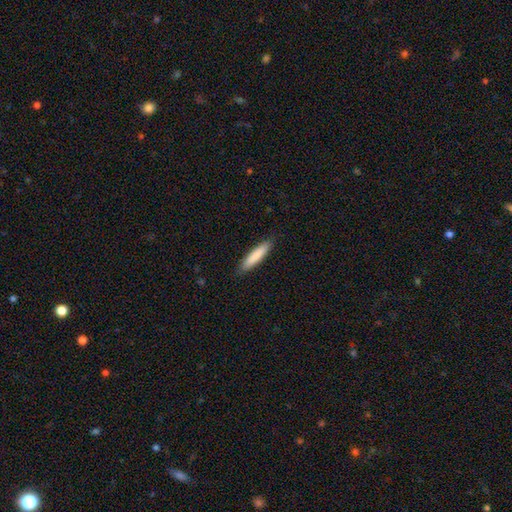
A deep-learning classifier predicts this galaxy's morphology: The model was most divided on "smooth or featured": smooth: 83%, featured or disk: 11%, star or artifact: 5%. More confident: merging — none (88%); how rounded — cigar-shaped (86%).